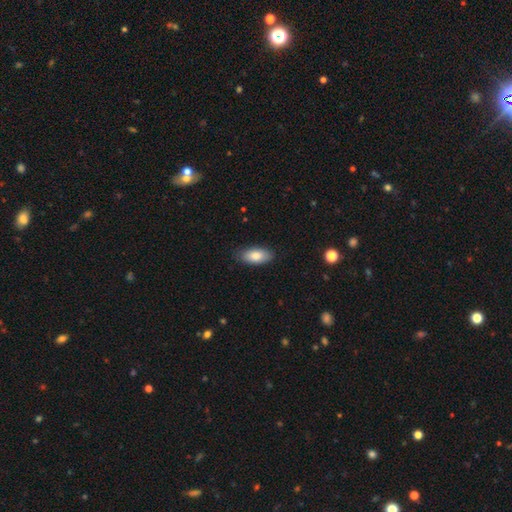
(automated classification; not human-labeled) Smooth or featured? Predicted: smooth (p=0.83). How rounded? Predicted: in between (p=0.91). Merging? Predicted: none (p=0.84).